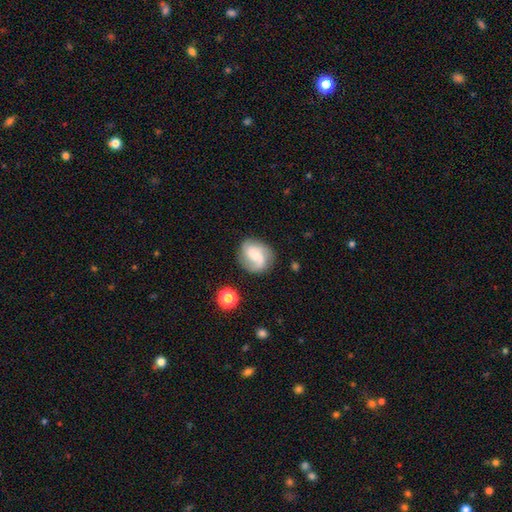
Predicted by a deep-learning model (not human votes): This appears to be a featured or disk galaxy (71%) with no bar (46%), 2 (63%) medium (43%) spiral arms (94%) and a small central bulge (54%). Merging: none (77%).